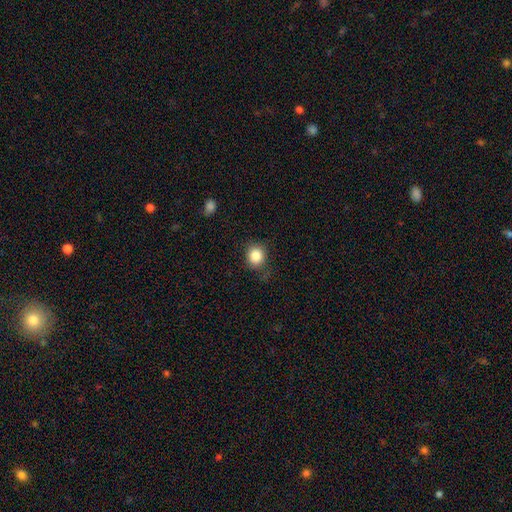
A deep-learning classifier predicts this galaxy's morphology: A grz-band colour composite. It shows a smooth galaxy with no disk features (85%) that is round (82%). Merging: none (80%).